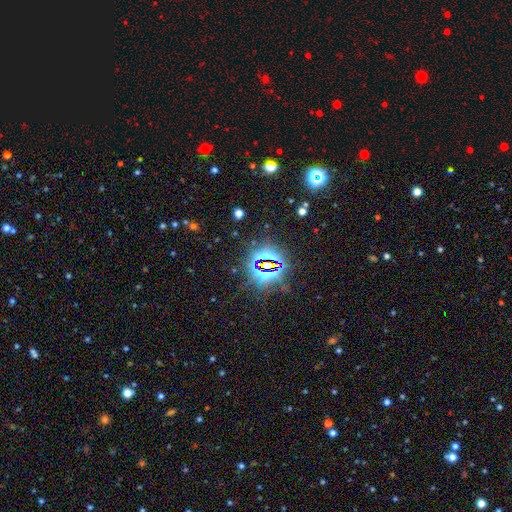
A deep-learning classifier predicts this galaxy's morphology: Smooth or featured?
  - star or artifact: 84% *
  - smooth: 9%
  - featured or disk: 7%